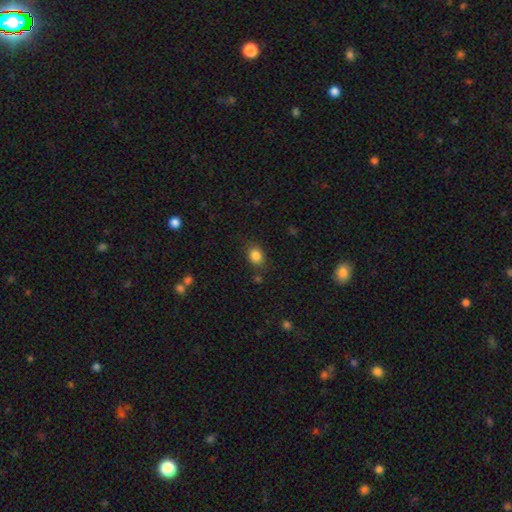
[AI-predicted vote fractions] A smooth galaxy with no disk features (84%) that is round (54%).

Vote fractions:
- Smooth or featured? smooth: 84% / star or artifact: 11% / featured or disk: 5%
- How rounded? round: 54% / in between: 45% / cigar-shaped: 1%
- Merging? none: 77% / minor disturbance: 15% / major disturbance: 4% / merger: 3%